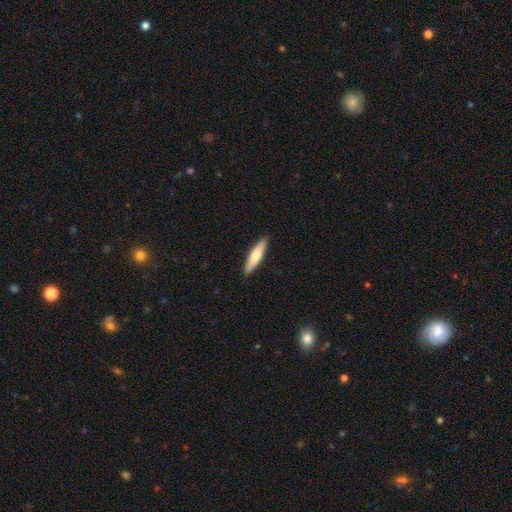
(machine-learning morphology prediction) A smooth galaxy with no disk features (57%) that is cigar-shaped (75%).

Vote fractions:
- Smooth or featured? smooth: 57% / featured or disk: 38% / star or artifact: 5%
- How rounded? cigar-shaped: 75% / in between: 24% / round: 2%
- Merging? none: 90% / minor disturbance: 7% / major disturbance: 1% / merger: 1%